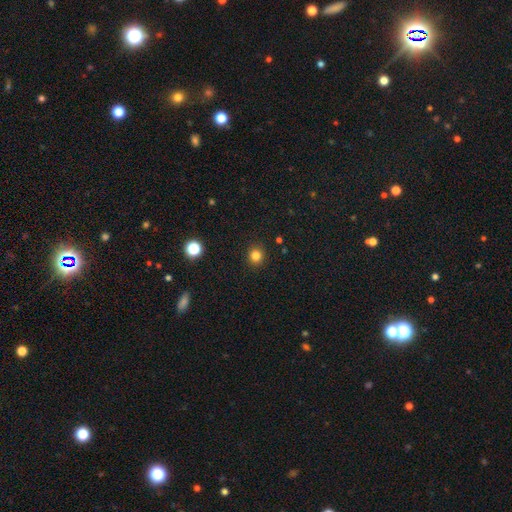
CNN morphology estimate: The model was most divided on "smooth or featured": smooth: 82%, star or artifact: 14%, featured or disk: 5%. More confident: merging — none (92%); how rounded — round (91%).